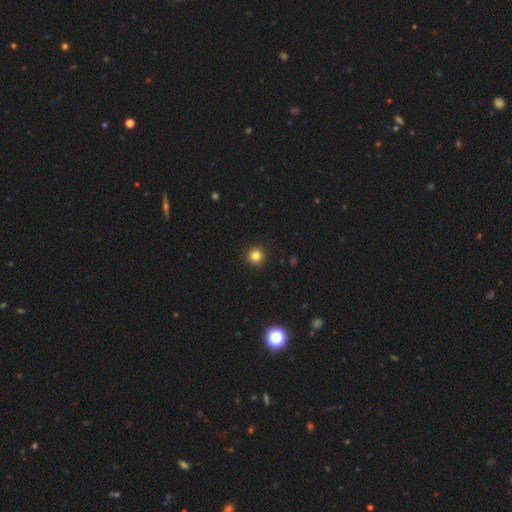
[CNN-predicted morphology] type=smooth (83%); roundness=round (95%); merging=none (93%).